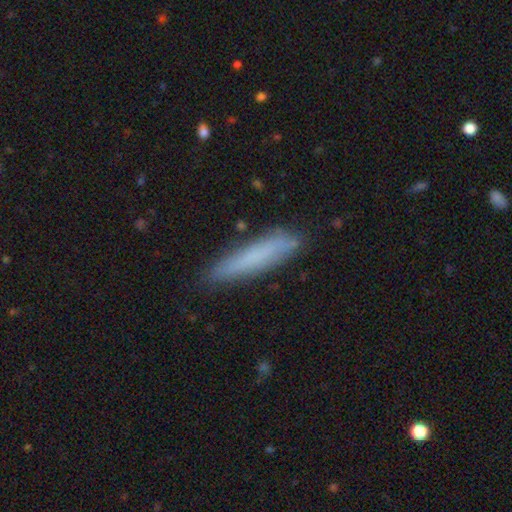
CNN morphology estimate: smooth-or-featured: smooth: 72% | featured or disk: 21% | star or artifact: 7%
  how-rounded: cigar-shaped: 89% | in between: 10% | round: 1%
  merging: none: 81% | minor disturbance: 14% | major disturbance: 3% | merger: 2%